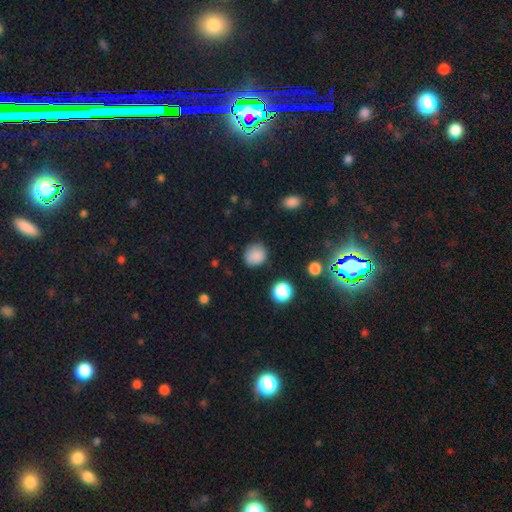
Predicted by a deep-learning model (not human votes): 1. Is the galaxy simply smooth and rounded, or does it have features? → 85% smooth, 11% star or artifact, 4% featured or disk.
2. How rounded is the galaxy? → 83% round, 16% in between, 1% cigar-shaped.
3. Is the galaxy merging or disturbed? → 81% none, 13% minor disturbance, 4% major disturbance, 2% merger.